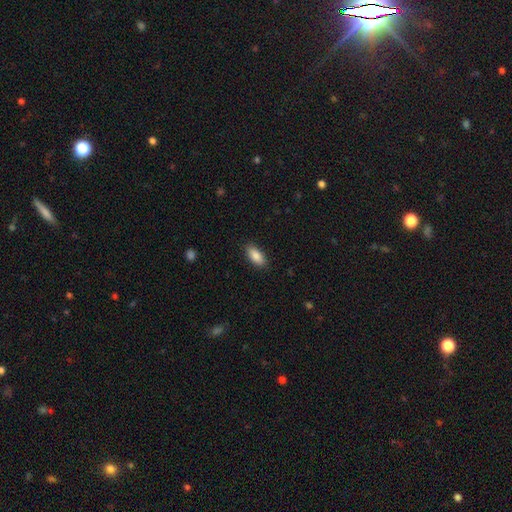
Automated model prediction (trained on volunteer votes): Morphology: type=smooth (88%); roundness=in between (87%); merging=none (88%).